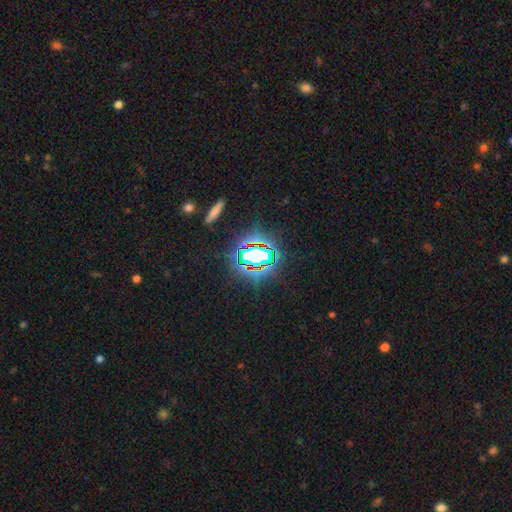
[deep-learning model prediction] Smooth or featured? Predicted: star or artifact (p=0.70).